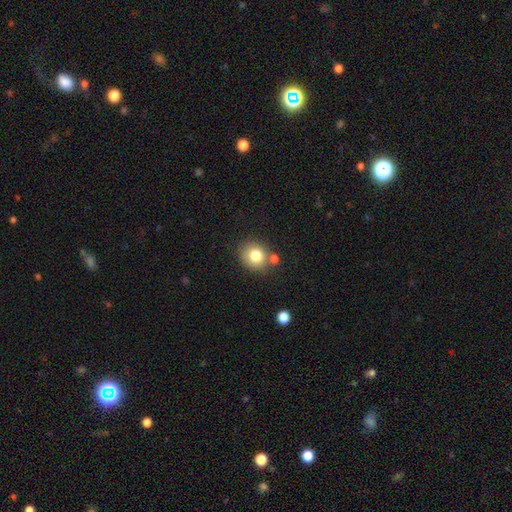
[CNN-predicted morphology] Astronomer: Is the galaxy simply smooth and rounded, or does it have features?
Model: smooth — 80%.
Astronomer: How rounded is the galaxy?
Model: round — 74%.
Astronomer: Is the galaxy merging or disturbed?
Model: none — 72%.